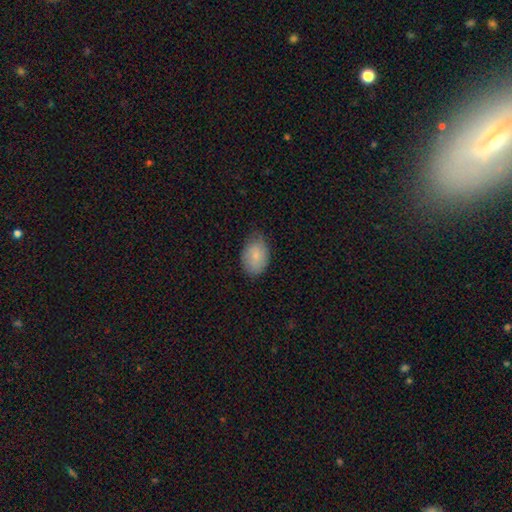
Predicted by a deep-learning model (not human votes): This appears to be a smooth galaxy with no disk features (81%) that is in between round and cigar-shaped (85%). Merging: none (69%).